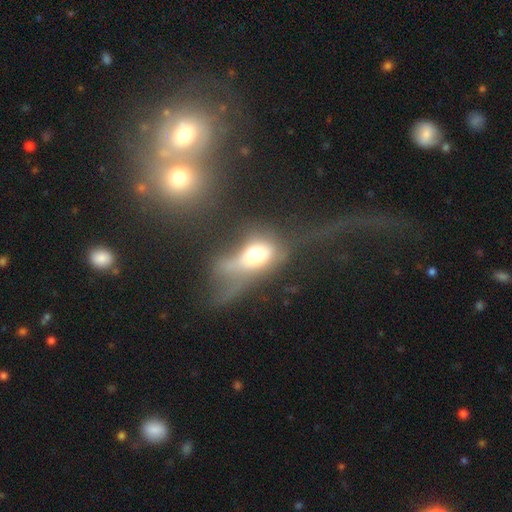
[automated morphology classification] This is possibly a smooth galaxy (47%). Merging: possibly major disturbance (54%).